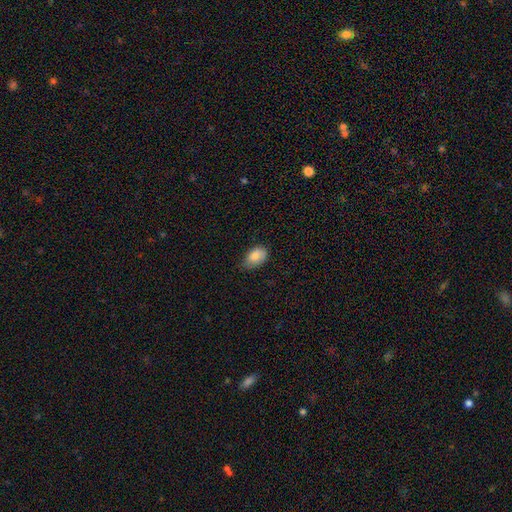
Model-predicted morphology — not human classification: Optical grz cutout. It shows a smooth galaxy with no disk features (85%) that is in between round and cigar-shaped (90%). Merging: none (52%).